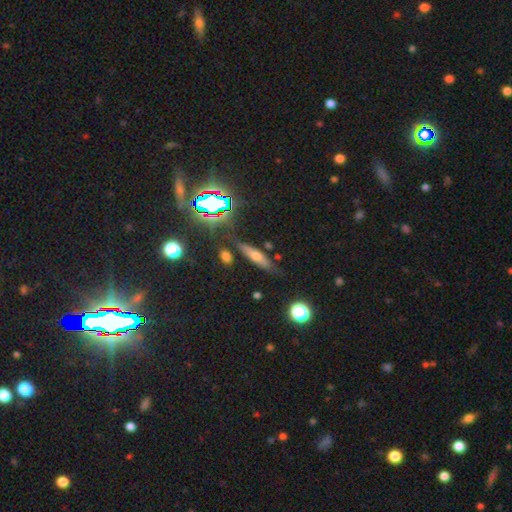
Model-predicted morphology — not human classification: Smooth or featured: smooth — 45% (featured or disk — 33%)
Merging: none — 79% (minor disturbance — 12%)